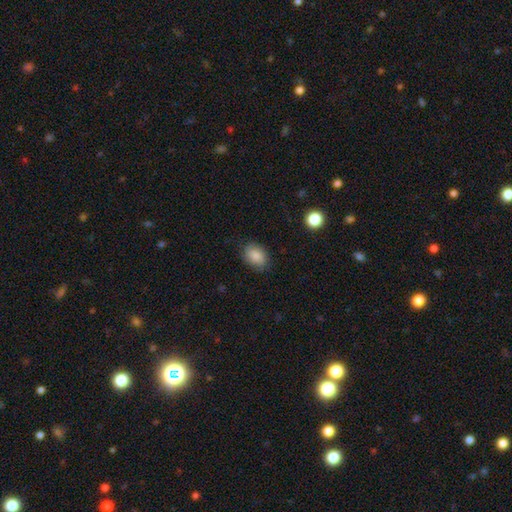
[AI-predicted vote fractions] The model was most divided on "how rounded": in between: 74%, round: 25%, cigar-shaped: 1%. More confident: smooth or featured — smooth (84%); merging — none (81%).